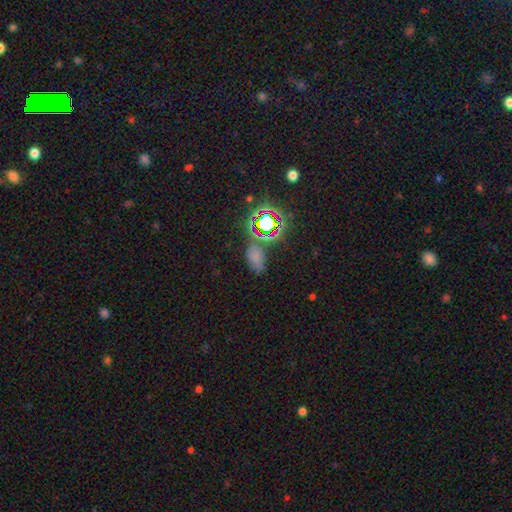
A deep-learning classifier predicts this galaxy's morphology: This is possibly a smooth galaxy (51%). How rounded: clearly in between (84%). Merging: likely none (62%).